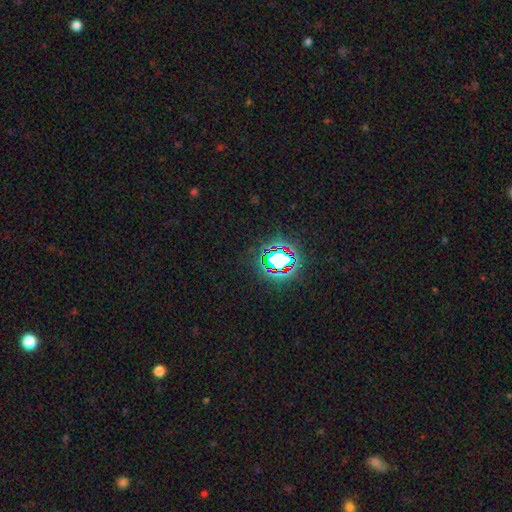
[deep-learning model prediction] This appears to be a star or artifact, not a galaxy (82%).